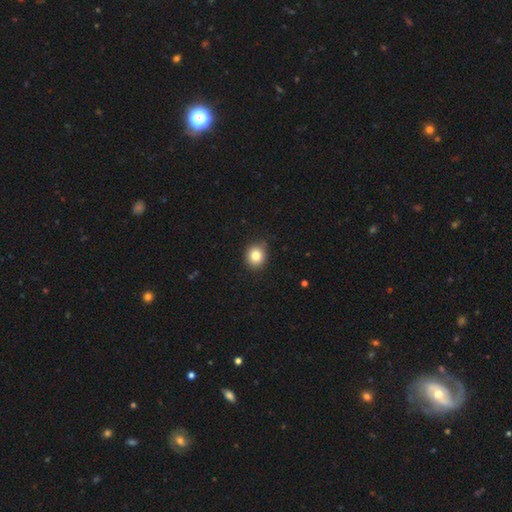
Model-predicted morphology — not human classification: A smooth galaxy with no disk features (82%) that is round (78%). Merging: none (86%).